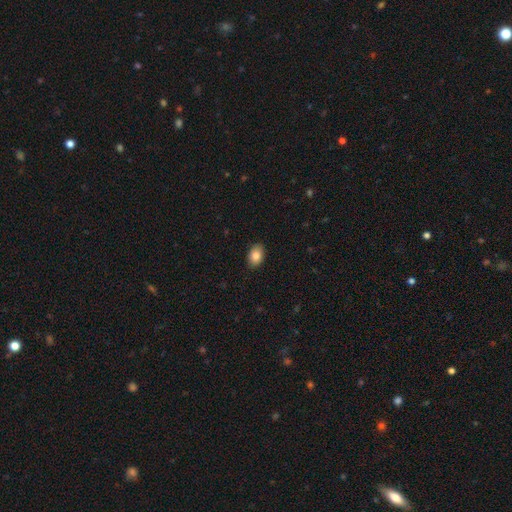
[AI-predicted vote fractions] A smooth galaxy with no disk features (84%) that is in between round and cigar-shaped (83%).

Vote fractions:
- Smooth or featured? smooth: 84% / featured or disk: 9% / star or artifact: 8%
- How rounded? in between: 83% / round: 16% / cigar-shaped: 1%
- Merging? none: 88% / minor disturbance: 9% / major disturbance: 2% / merger: 1%